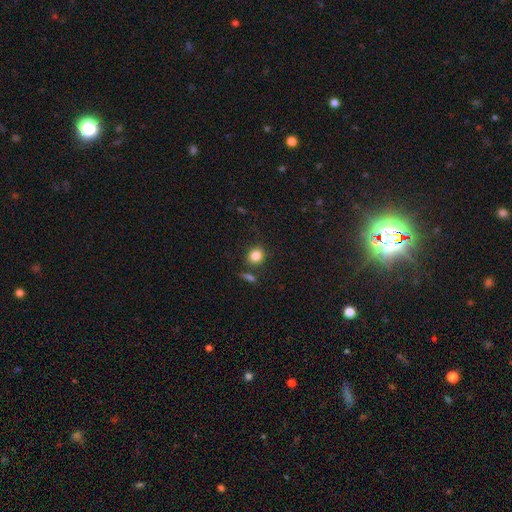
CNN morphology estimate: Smooth or featured? Predicted: smooth (p=0.83). How rounded? Predicted: round (p=0.77). Merging? Predicted: none (p=0.77).